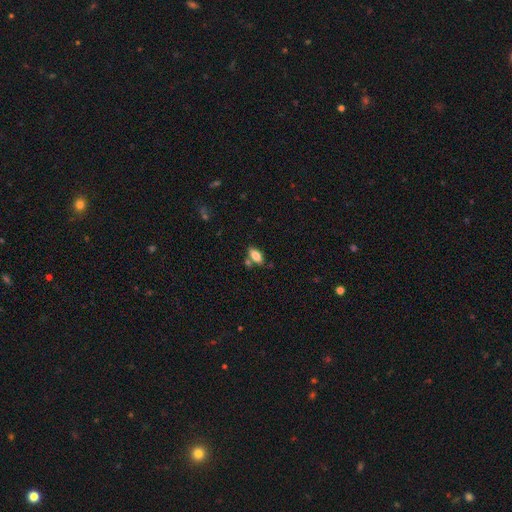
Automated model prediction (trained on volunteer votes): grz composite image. It shows a smooth galaxy with no disk features (79%) that is in between round and cigar-shaped (86%). Merging: none (68%).